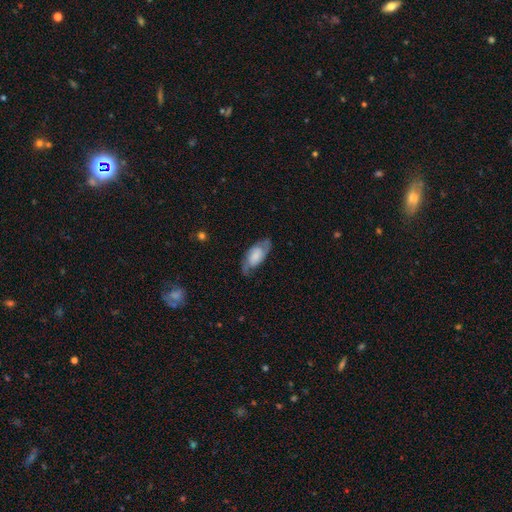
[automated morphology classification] smooth_or_featured: featured or disk (p=0.57) [alt: smooth p=0.36]
disk_edge_on: no (p=0.91) [alt: yes p=0.09]
bar: no (p=0.59) [alt: weak p=0.31]
has_spiral_arms: yes (p=0.87) [alt: no p=0.13]
bulge_size: none (p=0.25) [tied with: large p=0.25, small p=0.25]
merging: none (p=0.68) [alt: minor disturbance p=0.21]